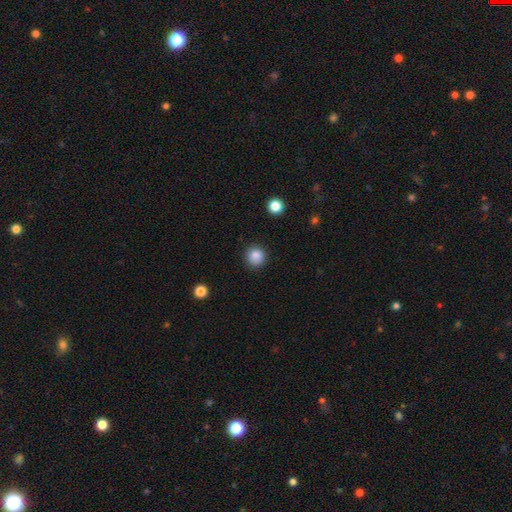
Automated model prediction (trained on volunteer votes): Smooth or featured?
  - smooth: 86% *
  - star or artifact: 10%
  - featured or disk: 4%
How rounded?
  - round: 94% *
  - in between: 5%
  - cigar-shaped: 1%
Merging?
  - none: 91% *
  - minor disturbance: 6%
  - major disturbance: 2%
  - merger: 1%